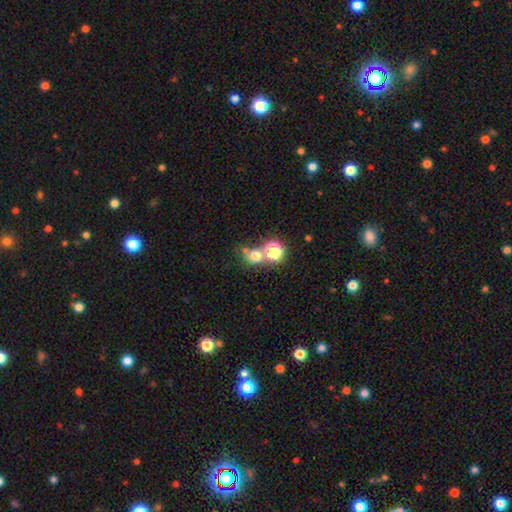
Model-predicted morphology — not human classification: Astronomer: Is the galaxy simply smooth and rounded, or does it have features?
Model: smooth — 68%.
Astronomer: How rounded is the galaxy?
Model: round — 81%.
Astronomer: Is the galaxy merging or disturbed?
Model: none — 52% (runner-up: merger, 35%).